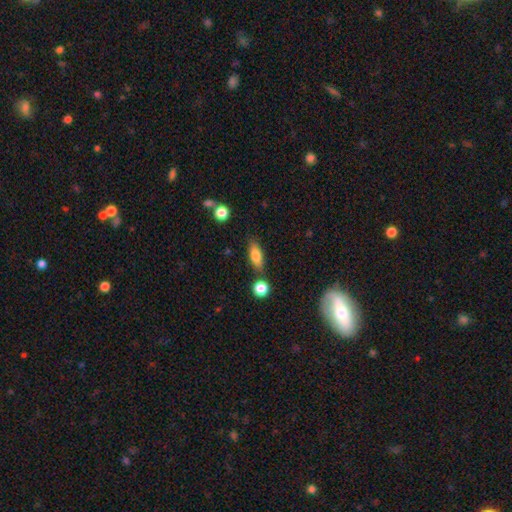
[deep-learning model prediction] smooth-or-featured: smooth: 77% | featured or disk: 15% | star or artifact: 8%
  how-rounded: in between: 68% | cigar-shaped: 28% | round: 4%
  merging: none: 76% | minor disturbance: 13% | merger: 8% | major disturbance: 3%